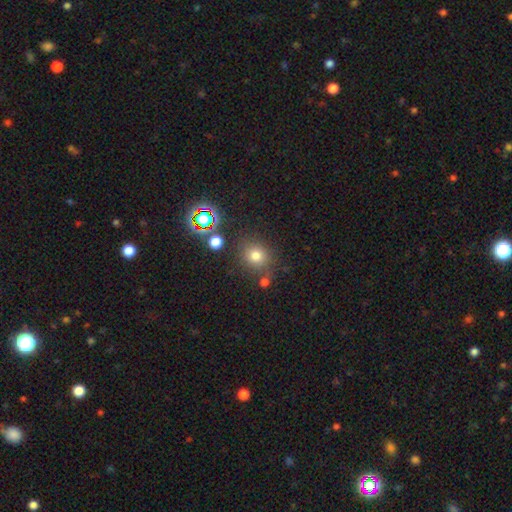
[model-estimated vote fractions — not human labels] Morphology: type=smooth (72%); roundness=round (81%); merging=none (76%).